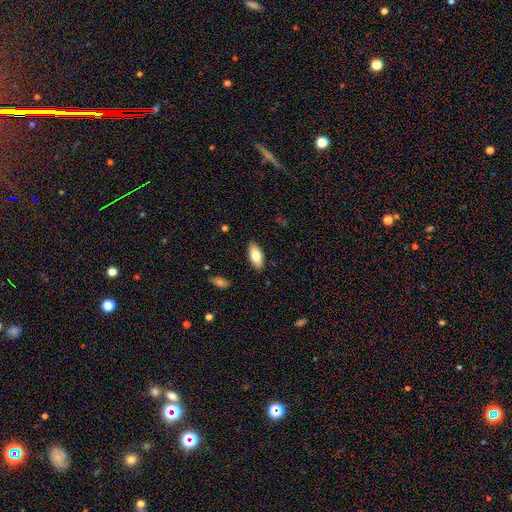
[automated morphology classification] A smooth galaxy with no disk features (82%) that is in between round and cigar-shaped (91%). Merging: none (87%).